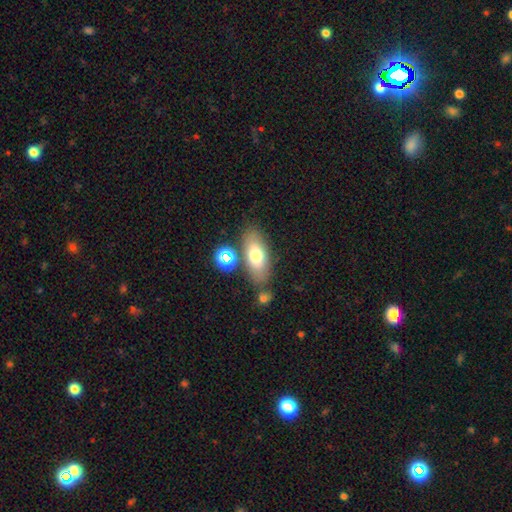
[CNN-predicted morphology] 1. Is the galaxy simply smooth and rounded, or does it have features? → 69% smooth, 22% featured or disk, 9% star or artifact.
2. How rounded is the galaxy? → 81% in between, 14% cigar-shaped, 5% round.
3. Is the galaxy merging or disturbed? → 74% none, 13% minor disturbance, 9% merger, 4% major disturbance.